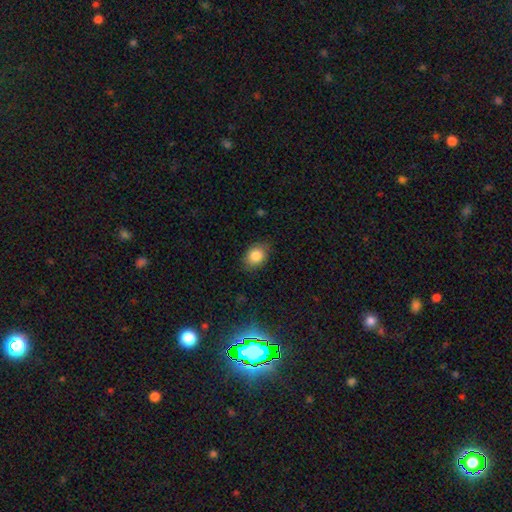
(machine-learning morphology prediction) A smooth galaxy with no disk features (83%) that is in between round and cigar-shaped (63%). Merging: none (80%).